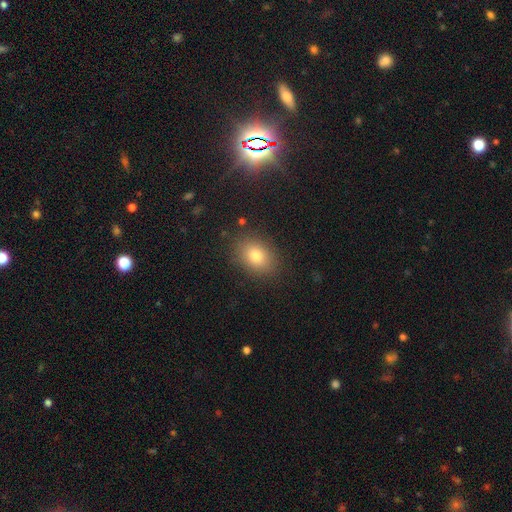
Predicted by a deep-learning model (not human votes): Smooth or featured: smooth — 78% (star or artifact — 12%)
How rounded: in between — 69% (round — 30%)
Merging: none — 85% (minor disturbance — 10%)